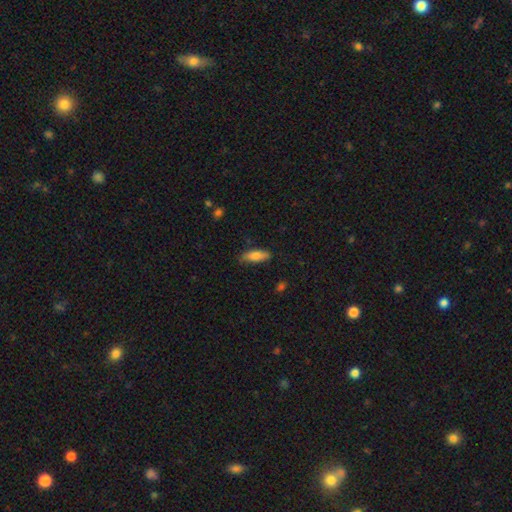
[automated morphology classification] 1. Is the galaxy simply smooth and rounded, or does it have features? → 80% smooth, 14% featured or disk, 6% star or artifact.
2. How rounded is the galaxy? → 59% in between, 39% cigar-shaped, 2% round.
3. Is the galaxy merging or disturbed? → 73% none, 22% minor disturbance, 4% major disturbance, 2% merger.